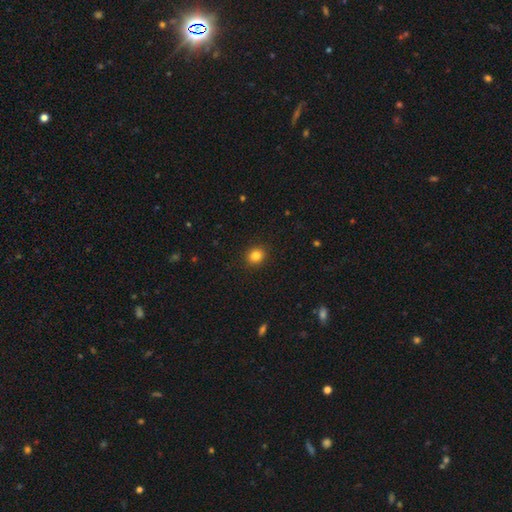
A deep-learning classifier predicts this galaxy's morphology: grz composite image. It shows a smooth galaxy with no disk features (84%) that is round (74%). Merging: none (91%).